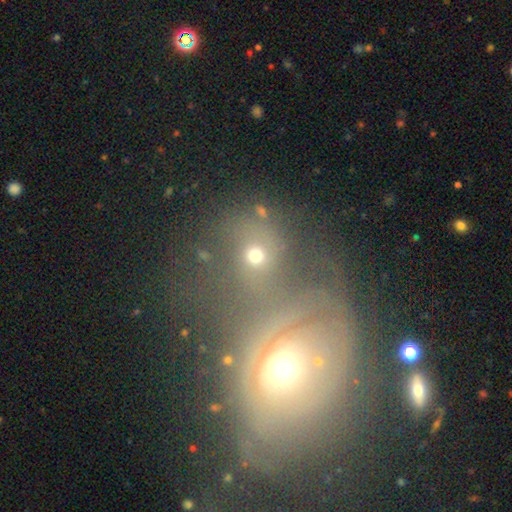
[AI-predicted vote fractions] smooth_or_featured: smooth (p=0.59) [alt: star or artifact p=0.28]
how_rounded: round (p=0.71) [alt: in between p=0.27]
merging: none (p=0.48) [alt: merger p=0.34]